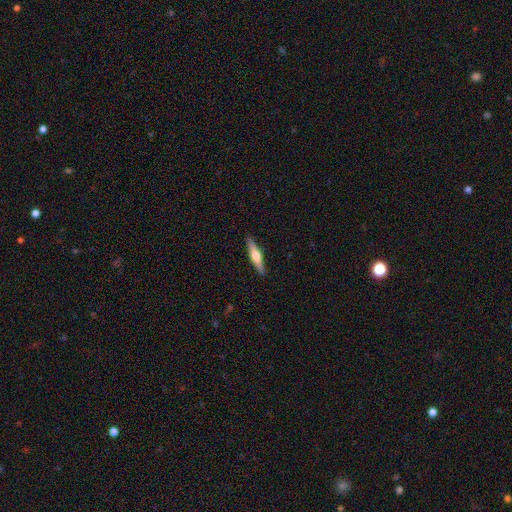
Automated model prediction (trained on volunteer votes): Overall: featured or disk (49%; smooth 45%). Merging: none (90%).